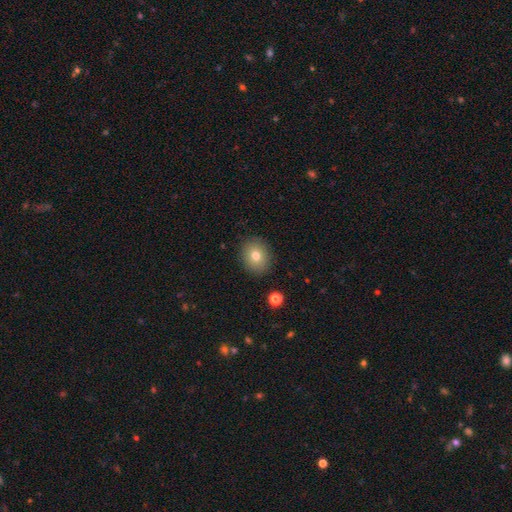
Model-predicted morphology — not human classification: Smooth or featured: smooth — 77% (featured or disk — 12%)
How rounded: round — 63% (in between — 36%)
Merging: none — 89% (minor disturbance — 8%)